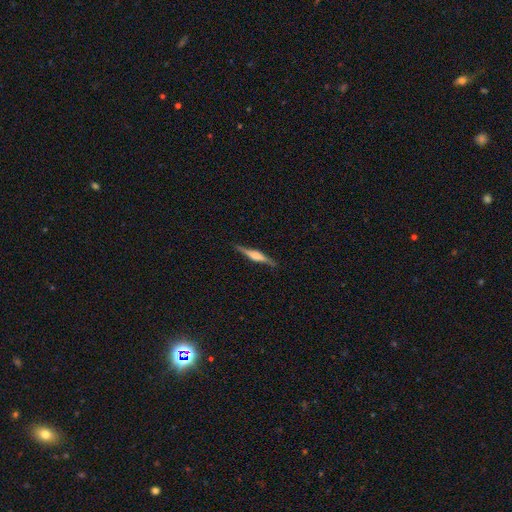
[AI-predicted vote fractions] Q: Smooth or featured?
A: featured or disk (69%); runner-up: smooth (25%)
Q: Edge-on disk?
A: yes (97%); runner-up: no (3%)
Q: Edge-on bulge?
A: rounded (63%); runner-up: boxy (30%)
Q: Merging?
A: none (86%); runner-up: minor disturbance (10%)